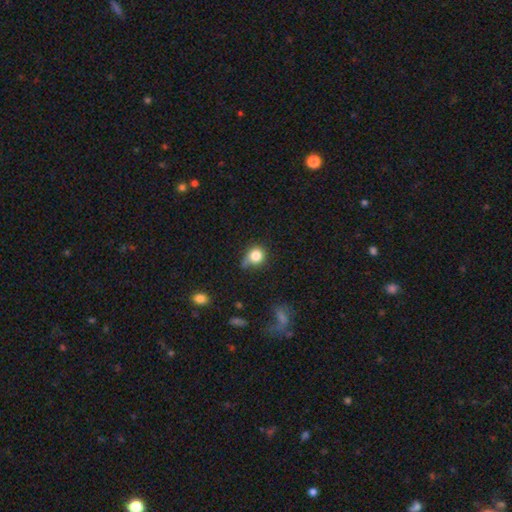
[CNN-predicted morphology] Smooth or featured?
  - smooth: 81% *
  - star or artifact: 11%
  - featured or disk: 8%
How rounded?
  - round: 78% *
  - in between: 21%
  - cigar-shaped: 1%
Merging?
  - none: 51% *
  - minor disturbance: 32%
  - major disturbance: 11%
  - merger: 6%